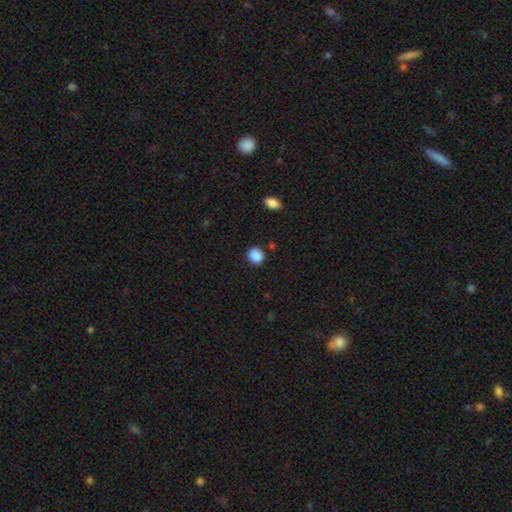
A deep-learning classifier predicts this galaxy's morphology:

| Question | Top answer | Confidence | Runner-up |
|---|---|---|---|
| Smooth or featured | smooth | 88% | star or artifact (9%) |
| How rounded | round | 83% | in between (16%) |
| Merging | none | 87% | minor disturbance (9%) |